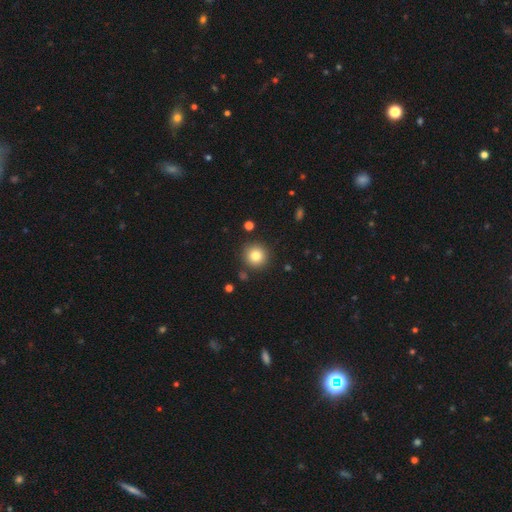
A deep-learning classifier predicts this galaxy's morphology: This is clearly a smooth galaxy (82%). How rounded: clearly round (94%). Merging: clearly none (89%).